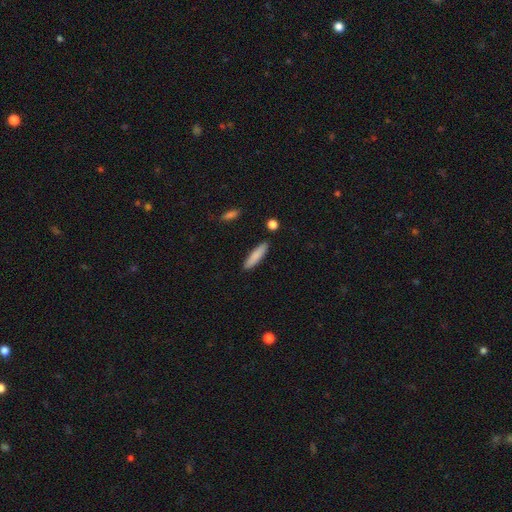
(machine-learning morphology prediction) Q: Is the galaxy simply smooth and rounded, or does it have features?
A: smooth — 83%.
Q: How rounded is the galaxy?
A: cigar-shaped — 77%.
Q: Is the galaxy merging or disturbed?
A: none — 88%.